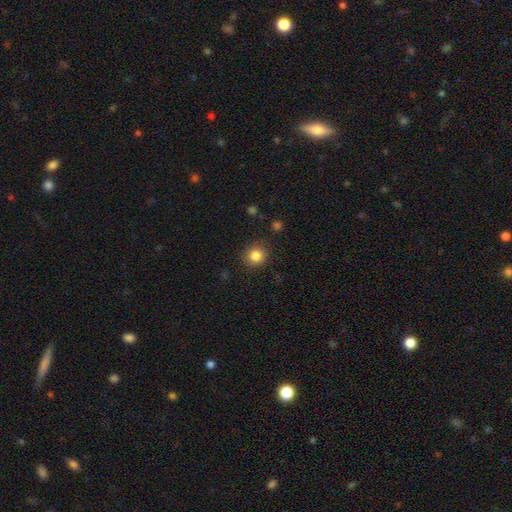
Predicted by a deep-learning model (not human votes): Morphology: type=smooth (84%); roundness=round (89%); merging=none (88%).